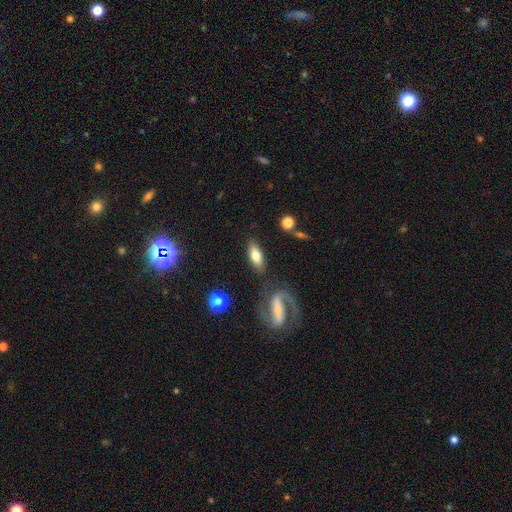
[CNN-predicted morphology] Smooth or featured?
  - smooth: 66% *
  - featured or disk: 27%
  - star or artifact: 7%
How rounded?
  - in between: 75% *
  - cigar-shaped: 21%
  - round: 4%
Merging?
  - none: 80% *
  - minor disturbance: 11%
  - merger: 5%
  - major disturbance: 4%